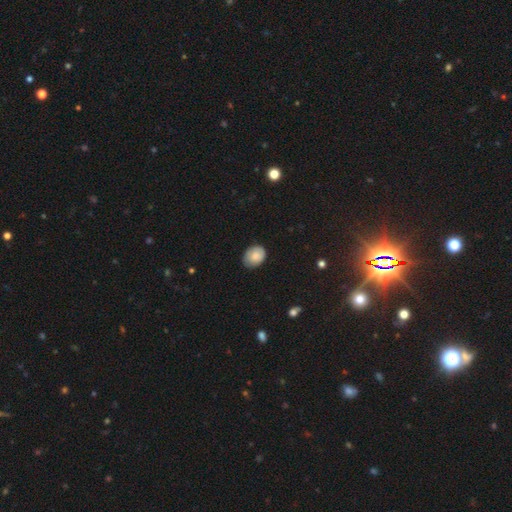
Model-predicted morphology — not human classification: A smooth galaxy with no disk features (81%) that is in between round and cigar-shaped (59%).

Vote fractions:
- Smooth or featured? smooth: 81% / featured or disk: 12% / star or artifact: 7%
- How rounded? in between: 59% / round: 40% / cigar-shaped: 1%
- Merging? none: 71% / minor disturbance: 24% / major disturbance: 4% / merger: 1%